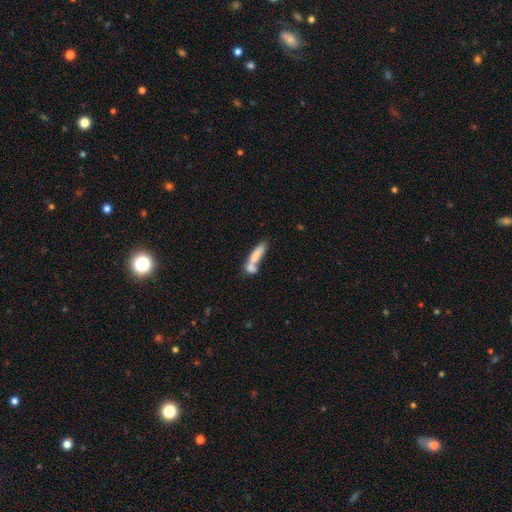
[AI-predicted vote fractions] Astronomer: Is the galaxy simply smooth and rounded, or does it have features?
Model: smooth — 74%.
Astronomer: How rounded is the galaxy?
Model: cigar-shaped — 69%.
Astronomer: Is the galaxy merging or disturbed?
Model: merger — 50% (runner-up: none, 33%).